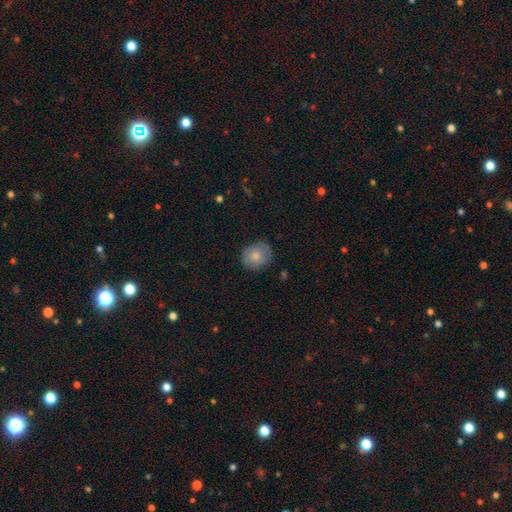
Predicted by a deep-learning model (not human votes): A smooth galaxy with no disk features (79%) that is round (73%).

Vote fractions:
- Smooth or featured? smooth: 79% / featured or disk: 14% / star or artifact: 7%
- How rounded? round: 73% / in between: 26% / cigar-shaped: 1%
- Merging? none: 79% / minor disturbance: 17% / major disturbance: 3% / merger: 1%